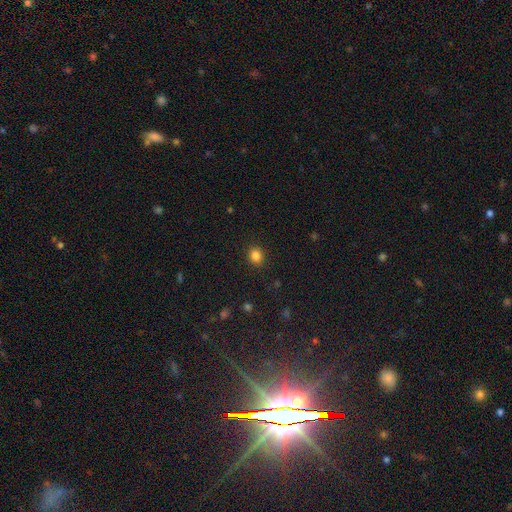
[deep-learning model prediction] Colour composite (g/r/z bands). It shows a smooth galaxy with no disk features (85%) that is round (62%). Merging: none (89%).